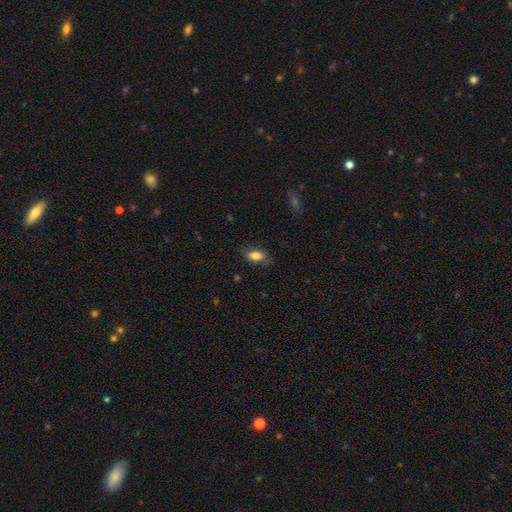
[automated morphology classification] This is clearly a smooth galaxy (83%). How rounded: clearly in between (88%). Merging: likely none (77%).